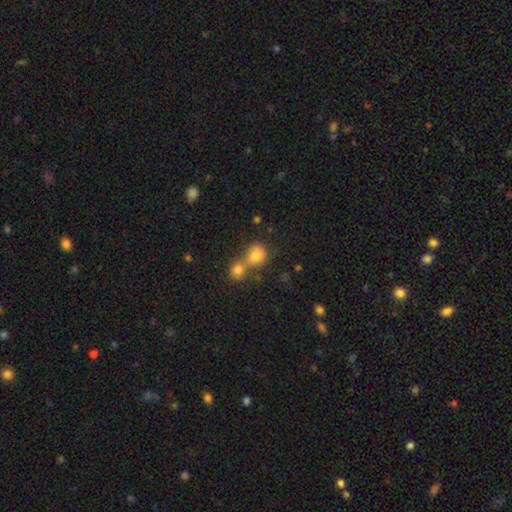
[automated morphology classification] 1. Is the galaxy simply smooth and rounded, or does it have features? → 79% smooth, 12% star or artifact, 9% featured or disk.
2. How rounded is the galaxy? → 71% round, 28% in between, 1% cigar-shaped.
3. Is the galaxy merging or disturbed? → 55% merger, 34% none, 8% minor disturbance, 3% major disturbance.